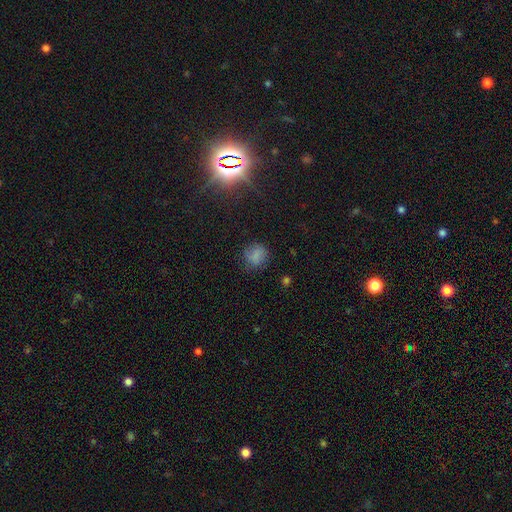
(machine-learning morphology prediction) This appears to be a smooth galaxy with no disk features (75%) that is round (78%). Merging: none (70%).